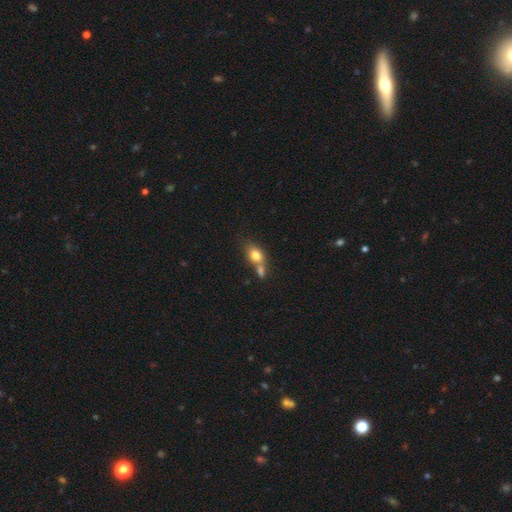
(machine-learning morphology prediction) smooth 76%, featured or disk 15%, star or artifact 9%. Down the decision tree: how rounded — in between (66%); merging — merger (48%).